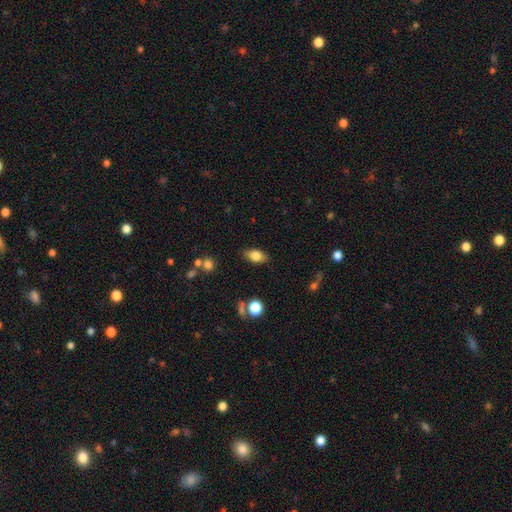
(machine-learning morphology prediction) Q: Smooth or featured?
A: smooth (79%); runner-up: featured or disk (13%)
Q: How rounded?
A: in between (87%); runner-up: round (8%)
Q: Merging?
A: none (84%); runner-up: minor disturbance (12%)